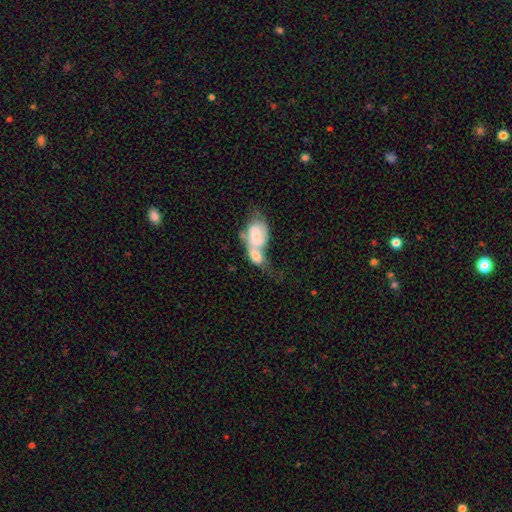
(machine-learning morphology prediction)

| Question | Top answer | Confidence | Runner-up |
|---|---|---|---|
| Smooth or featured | smooth | 49% | featured or disk (44%) |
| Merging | merger | 75% | major disturbance (10%) |